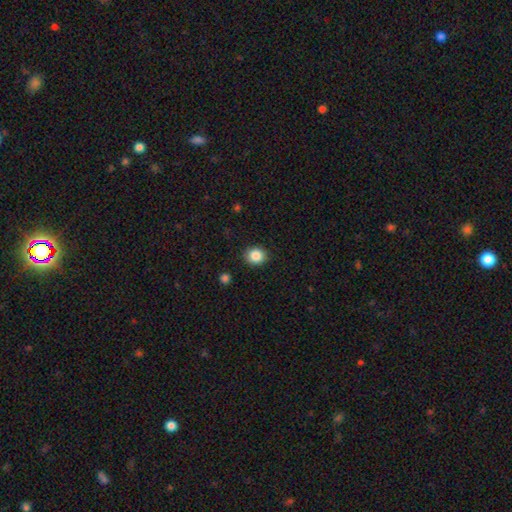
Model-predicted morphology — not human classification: This is clearly a smooth galaxy (86%). How rounded: likely round (78%). Merging: clearly none (90%).